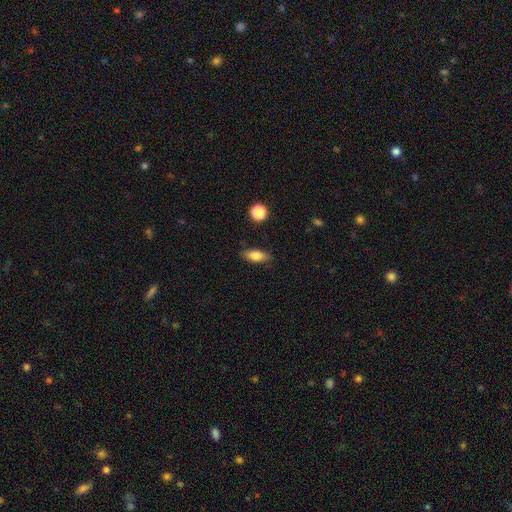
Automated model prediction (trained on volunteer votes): smooth 77%, featured or disk 15%, star or artifact 8%. Down the decision tree: how rounded — in between (76%); merging — none (82%).